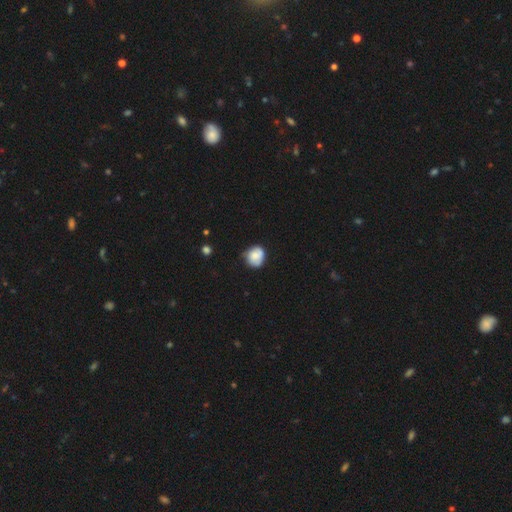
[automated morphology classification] Q: Smooth or featured?
A: smooth (74%); runner-up: featured or disk (18%)
Q: How rounded?
A: round (74%); runner-up: in between (25%)
Q: Merging?
A: none (58%); runner-up: minor disturbance (33%)